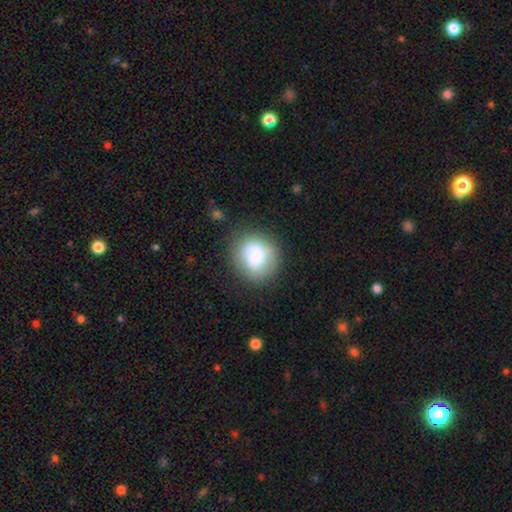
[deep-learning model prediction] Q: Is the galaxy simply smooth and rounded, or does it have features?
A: smooth — 62%.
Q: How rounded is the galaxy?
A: round — 79%.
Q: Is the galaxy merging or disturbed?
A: none — 68%.